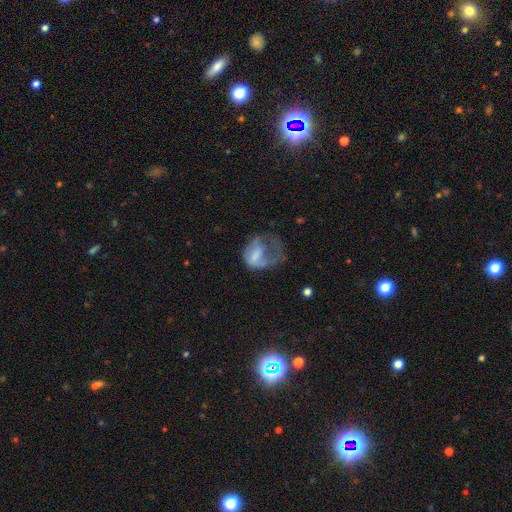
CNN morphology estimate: Q: Smooth or featured?
A: smooth (49%); runner-up: featured or disk (43%)
Q: Merging?
A: major disturbance (60%); runner-up: none (19%)